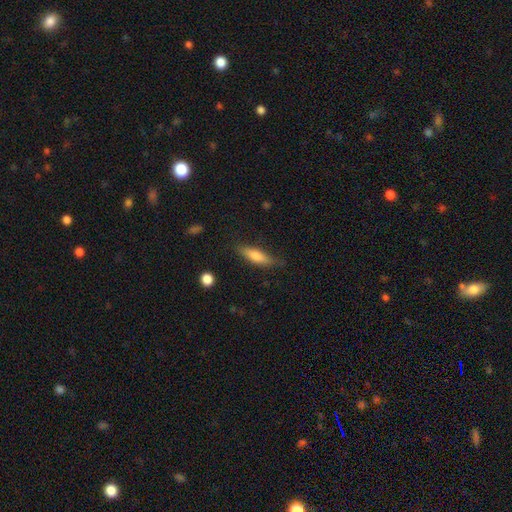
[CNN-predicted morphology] A smooth galaxy with no disk features (68%) that is cigar-shaped (62%).

Vote fractions:
- Smooth or featured? smooth: 68% / featured or disk: 25% / star or artifact: 7%
- How rounded? cigar-shaped: 62% / in between: 35% / round: 2%
- Merging? none: 78% / minor disturbance: 17% / major disturbance: 4% / merger: 1%